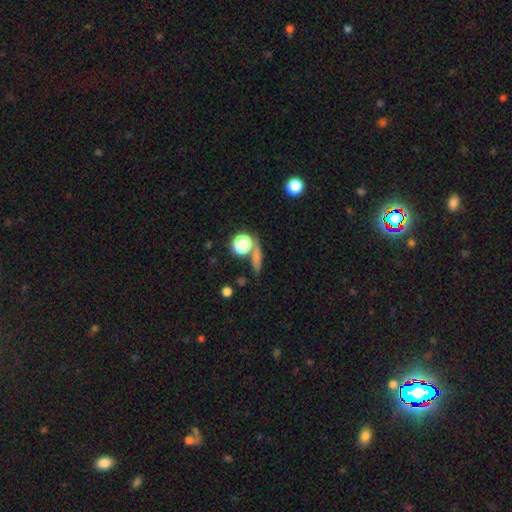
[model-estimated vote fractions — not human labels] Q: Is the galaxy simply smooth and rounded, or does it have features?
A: smooth — 55%.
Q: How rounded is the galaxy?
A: round — 53%.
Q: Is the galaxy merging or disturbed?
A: none — 65%.